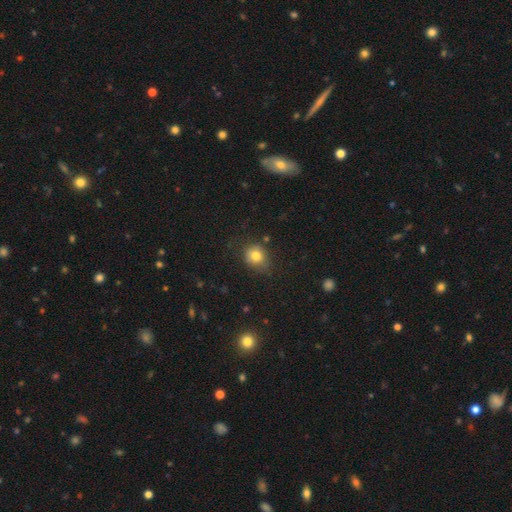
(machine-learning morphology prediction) smooth_or_featured: smooth (p=0.79) [alt: star or artifact p=0.11]
how_rounded: round (p=0.65) [alt: in between p=0.34]
merging: none (p=0.66) [alt: minor disturbance p=0.23]